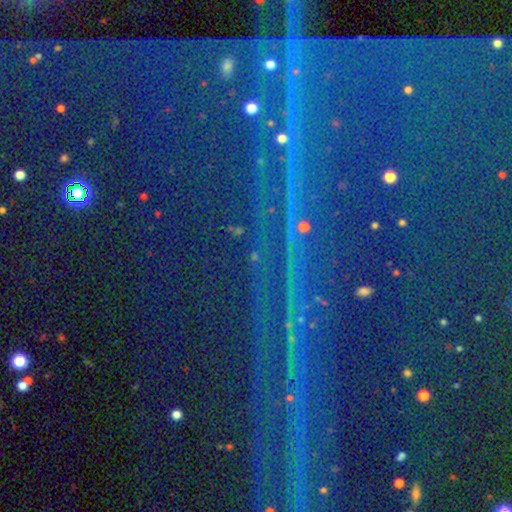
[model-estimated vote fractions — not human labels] A star or artifact, not a galaxy (88%).